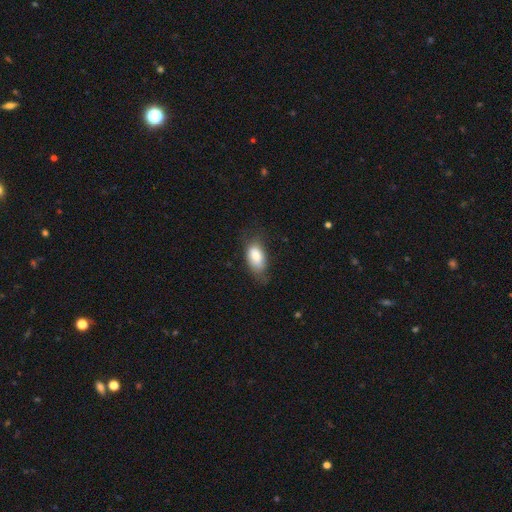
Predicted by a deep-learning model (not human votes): This appears to be a smooth galaxy with no disk features (79%) that is in between round and cigar-shaped (91%). Merging: none (55%).